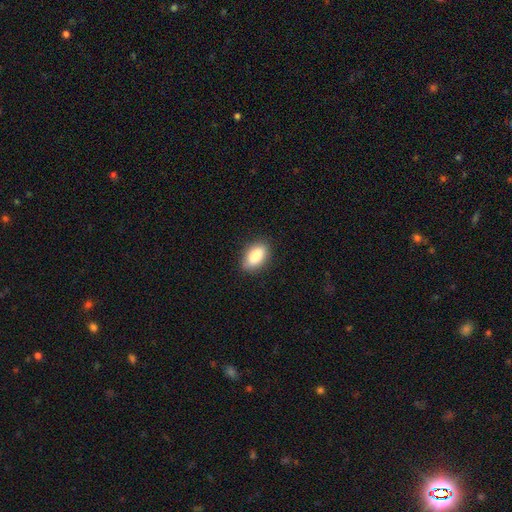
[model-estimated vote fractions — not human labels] Morphology: type=smooth (87%); roundness=in between (90%); merging=none (87%).